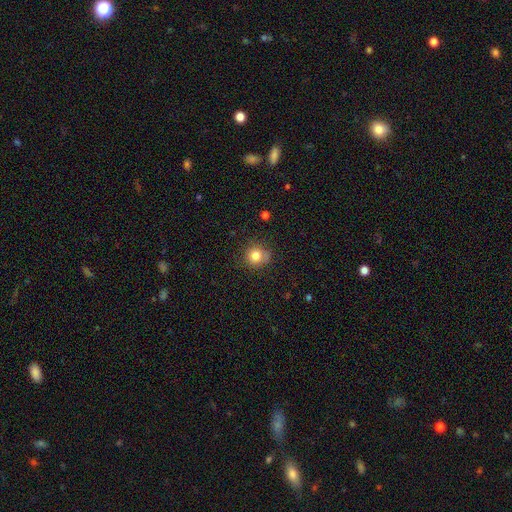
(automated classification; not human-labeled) smooth-or-featured: smooth: 81% | star or artifact: 12% | featured or disk: 8%
  how-rounded: round: 88% | in between: 11% | cigar-shaped: 1%
  merging: none: 74% | minor disturbance: 18% | major disturbance: 5% | merger: 2%